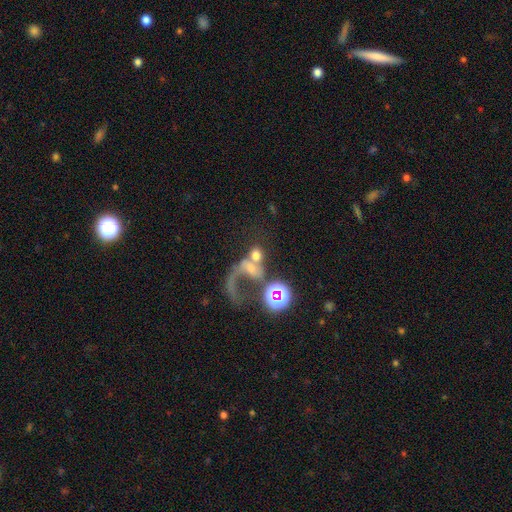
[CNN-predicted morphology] smooth_or_featured: featured or disk (p=0.41) [alt: smooth p=0.40]
merging: merger (p=0.55) [alt: major disturbance p=0.24]